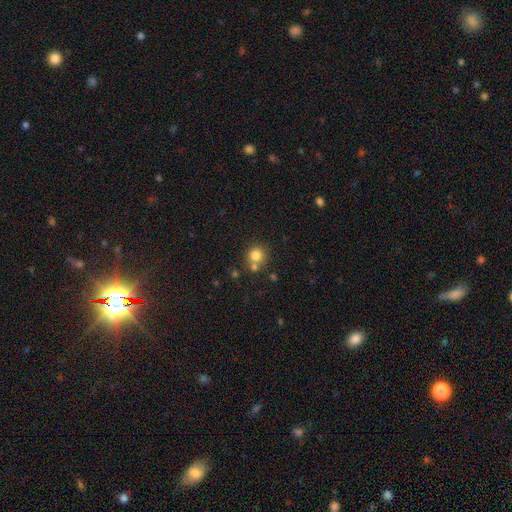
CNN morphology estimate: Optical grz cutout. It shows a smooth galaxy with no disk features (79%) that is round (91%). Merging: none (61%).